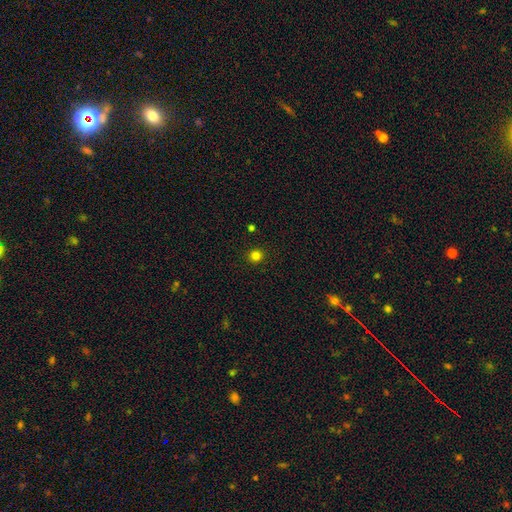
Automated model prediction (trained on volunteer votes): smooth 82%, star or artifact 15%, featured or disk 4%. Down the decision tree: how rounded — round (94%); merging — none (93%).